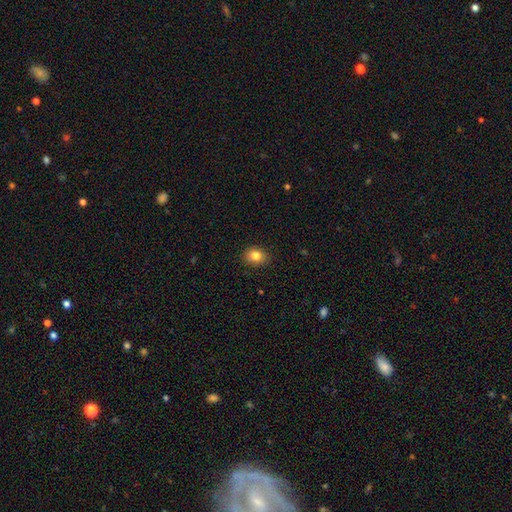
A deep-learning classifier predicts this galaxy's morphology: This appears to be a smooth galaxy with no disk features (83%) that is in between round and cigar-shaped (53%). Merging: none (87%).